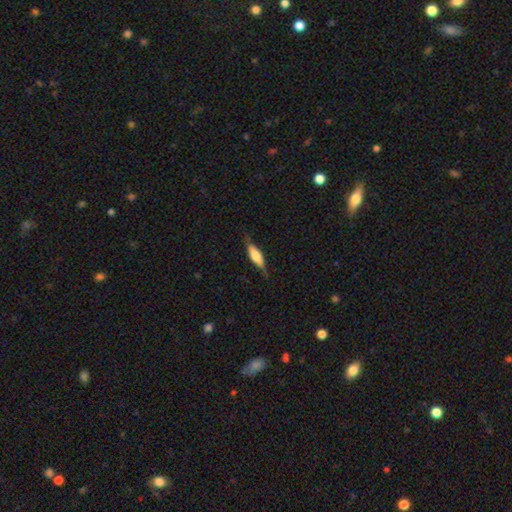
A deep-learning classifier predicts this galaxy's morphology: Smooth or featured?
  - smooth: 57% *
  - featured or disk: 37%
  - star or artifact: 6%
How rounded?
  - cigar-shaped: 49% * (tied)
  - in between: 49% * (tied)
  - round: 2%
Merging?
  - none: 73% *
  - minor disturbance: 21%
  - major disturbance: 5%
  - merger: 1%